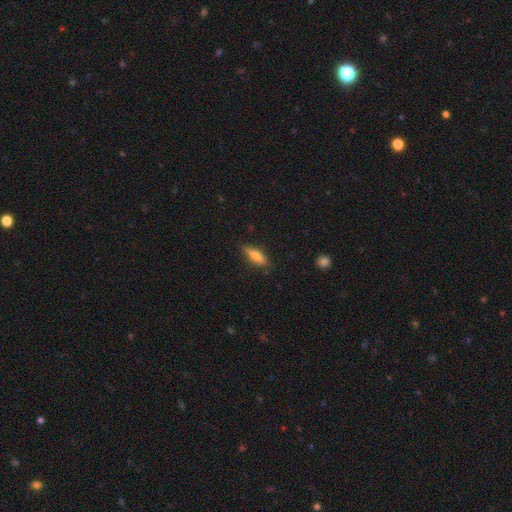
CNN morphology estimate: smooth_or_featured: smooth (p=0.69) [alt: featured or disk p=0.24]
how_rounded: cigar-shaped (p=0.61) [alt: in between p=0.37]
merging: none (p=0.81) [alt: minor disturbance p=0.14]